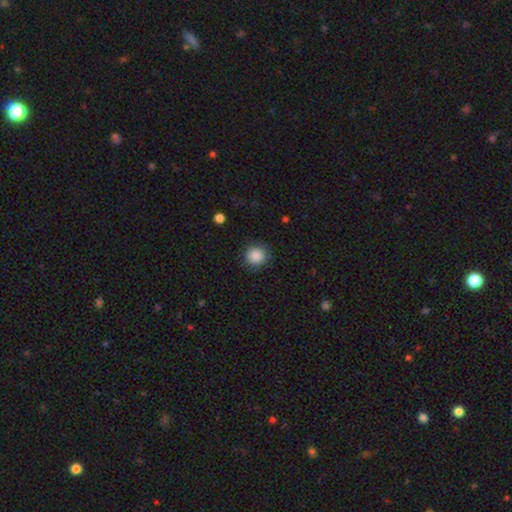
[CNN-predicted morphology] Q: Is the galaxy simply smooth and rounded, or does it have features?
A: smooth — 87%.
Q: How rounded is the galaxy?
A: round — 92%.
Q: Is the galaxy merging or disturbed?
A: none — 86%.